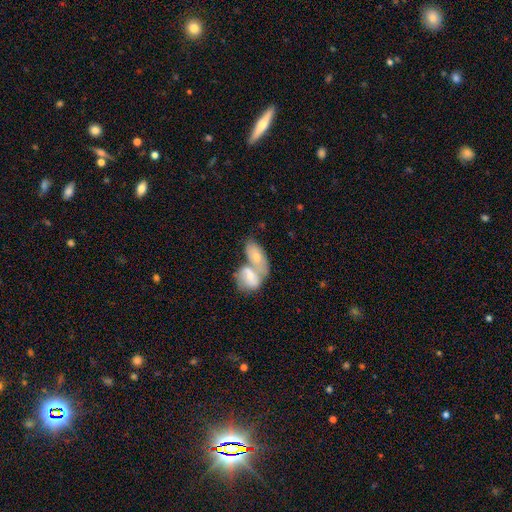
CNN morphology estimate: Smooth or featured? Predicted: smooth (p=0.62). How rounded? Predicted: in between (p=0.85). Merging? Predicted: merger (p=0.74).